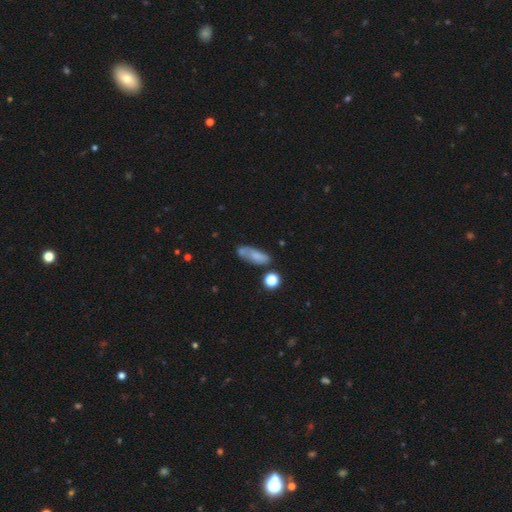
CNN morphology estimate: The model was most divided on "how rounded": in between: 58%, cigar-shaped: 37%, round: 6%. More confident: smooth or featured — smooth (66%); merging — none (51%).